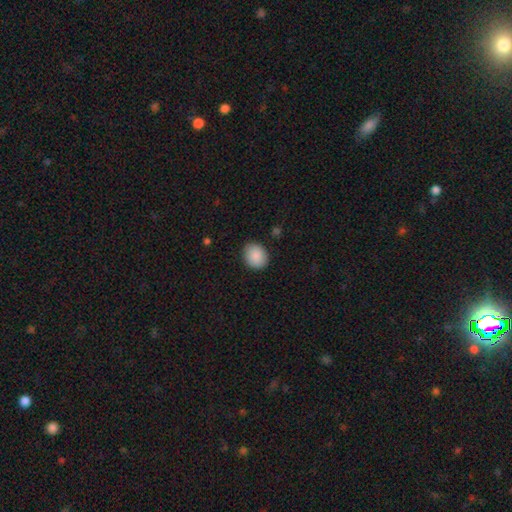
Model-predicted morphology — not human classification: smooth_or_featured: smooth (p=0.89) [alt: star or artifact p=0.07]
how_rounded: round (p=0.58) [alt: in between p=0.41]
merging: none (p=0.88) [alt: minor disturbance p=0.09]